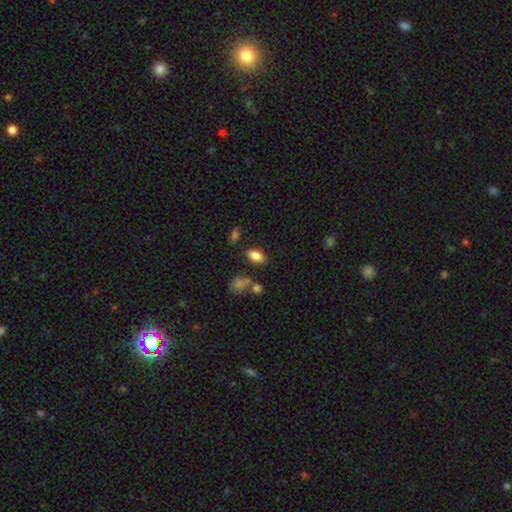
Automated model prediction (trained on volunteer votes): Morphology: type=smooth (83%); roundness=in between (90%); merging=none (77%).